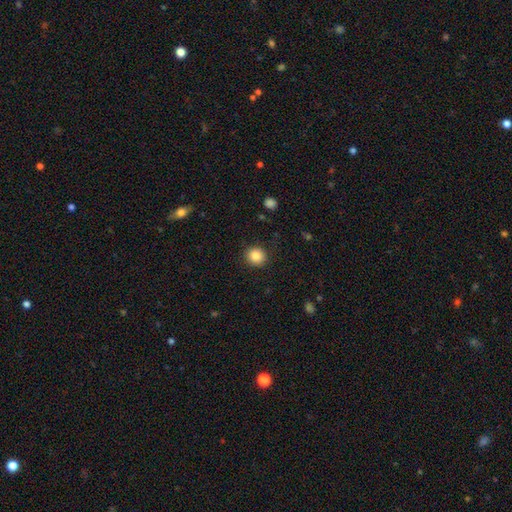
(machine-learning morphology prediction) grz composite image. It shows a smooth galaxy with no disk features (86%) that is round (90%). Merging: none (90%).